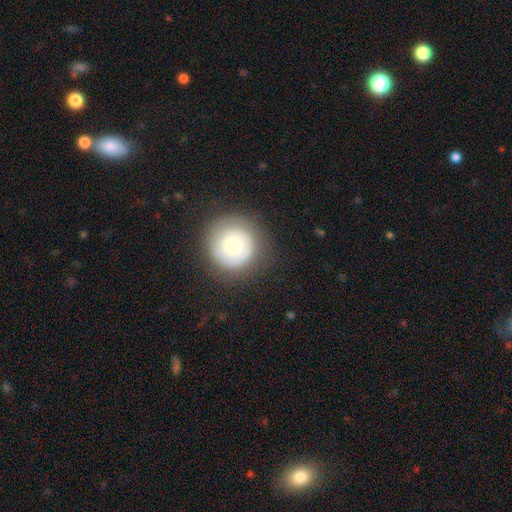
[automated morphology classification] A smooth galaxy with no disk features (49%). Merging: none (86%).